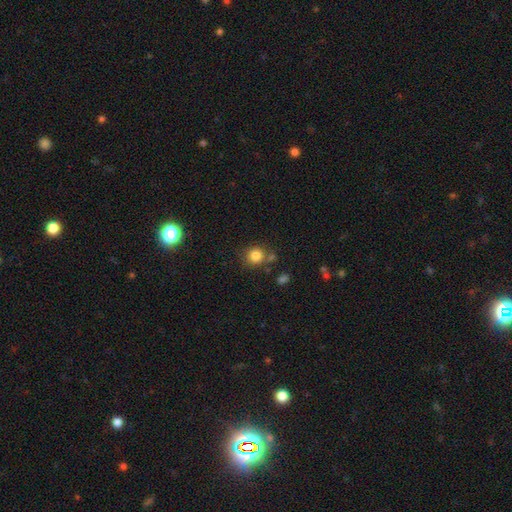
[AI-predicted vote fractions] smooth_or_featured: smooth (p=0.82) [alt: star or artifact p=0.12]
how_rounded: round (p=0.87) [alt: in between p=0.12]
merging: none (p=0.73) [alt: minor disturbance p=0.12]